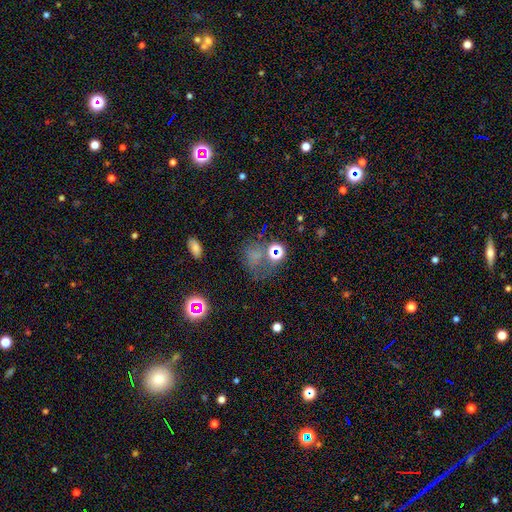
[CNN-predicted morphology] This is possibly a smooth galaxy (57%). How rounded: likely round (60%). Merging: possibly none (51%).